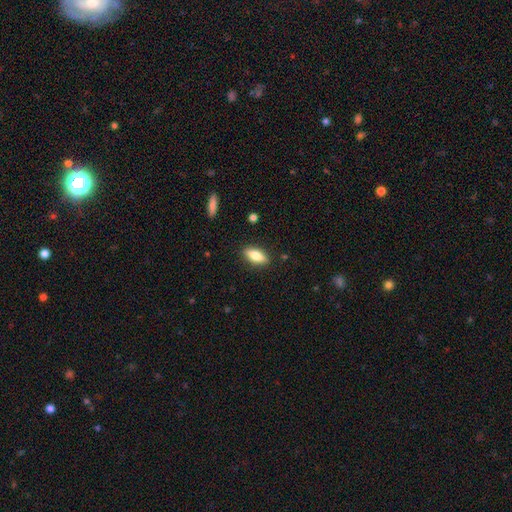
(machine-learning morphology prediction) smooth_or_featured: smooth (p=0.74) [alt: featured or disk p=0.19]
how_rounded: in between (p=0.76) [alt: cigar-shaped p=0.21]
merging: none (p=0.87) [alt: minor disturbance p=0.09]